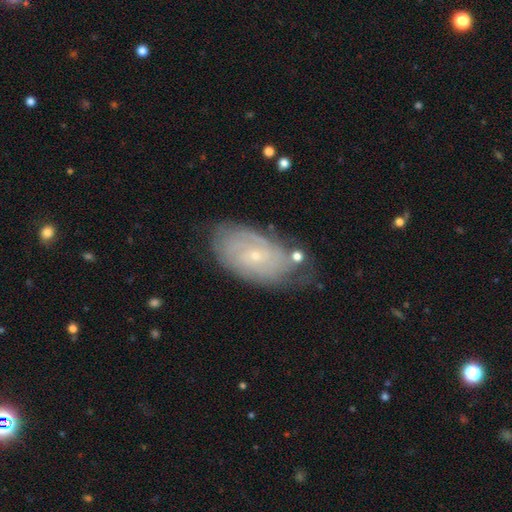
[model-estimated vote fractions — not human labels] smooth_or_featured: featured or disk (p=0.73) [alt: smooth p=0.20]
disk_edge_on: no (p=0.95) [alt: yes p=0.05]
bar: no (p=0.71) [alt: weak p=0.25]
has_spiral_arms: yes (p=0.88) [alt: no p=0.12]
spiral_winding: tight (p=0.71) [alt: medium p=0.23]
spiral_arm_count: can't tell (p=0.49) [alt: 2 p=0.21]
bulge_size: small (p=0.82) [alt: moderate p=0.14]
merging: none (p=0.65) [alt: minor disturbance p=0.24]